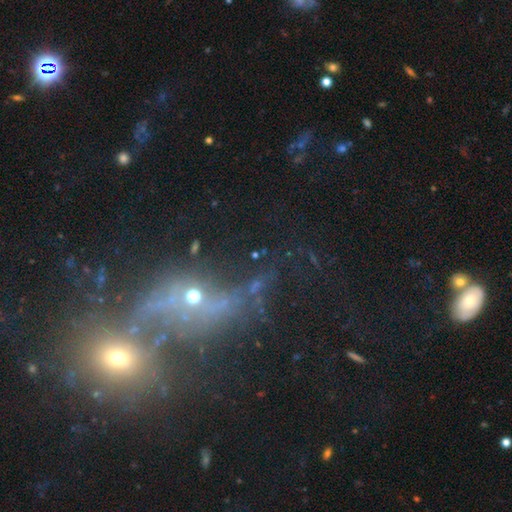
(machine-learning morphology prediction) Smooth or featured? star or artifact (53%)